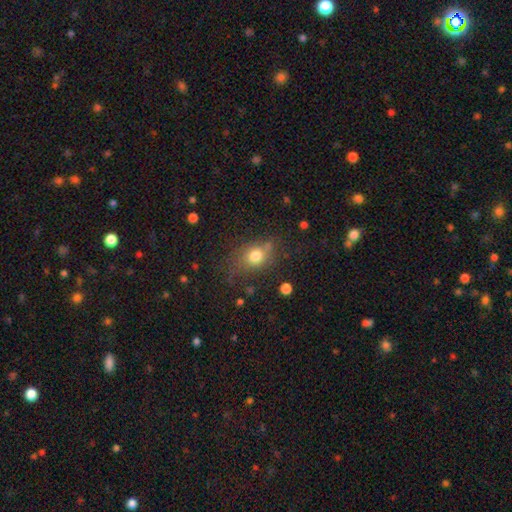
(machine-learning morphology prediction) Smooth or featured? smooth (76%)
How rounded? in between (53%)
Merging? none (63%)